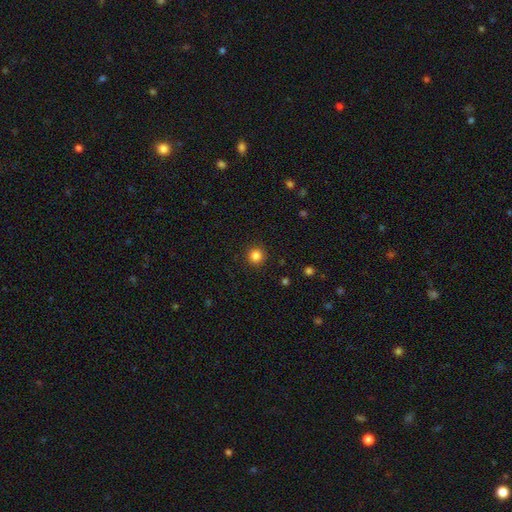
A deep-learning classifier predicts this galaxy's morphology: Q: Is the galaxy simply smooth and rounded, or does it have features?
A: smooth — 84%.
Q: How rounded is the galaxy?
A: round — 94%.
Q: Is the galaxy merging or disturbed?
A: none — 92%.